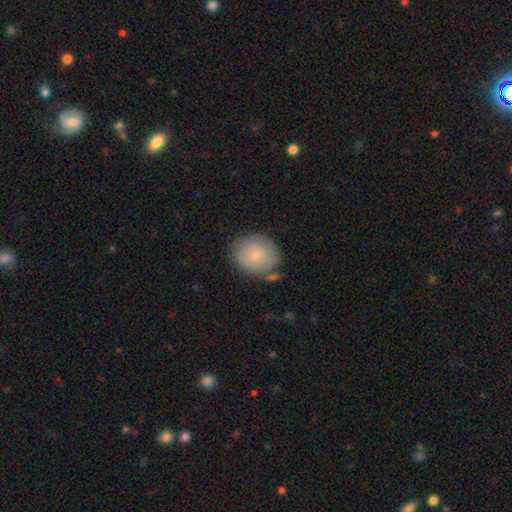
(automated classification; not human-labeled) The model was most divided on "how rounded": round: 73%, in between: 26%, cigar-shaped: 1%. More confident: smooth or featured — smooth (73%); merging — none (71%).